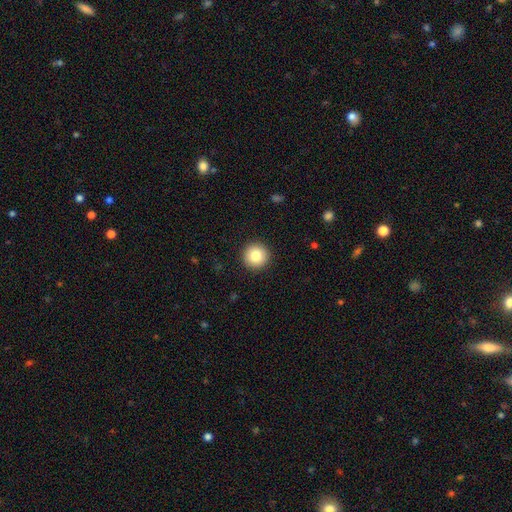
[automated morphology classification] The model was most divided on "smooth or featured": smooth: 84%, star or artifact: 9%, featured or disk: 7%. More confident: how rounded — round (96%); merging — none (93%).